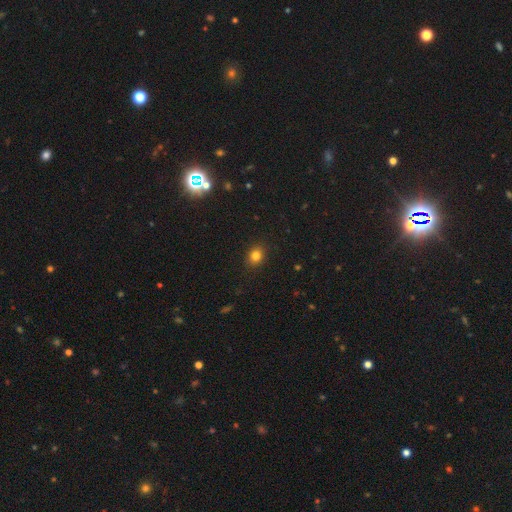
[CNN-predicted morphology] Smooth or featured? Predicted: smooth (p=0.81). How rounded? Predicted: round (p=0.61). Merging? Predicted: none (p=0.89).